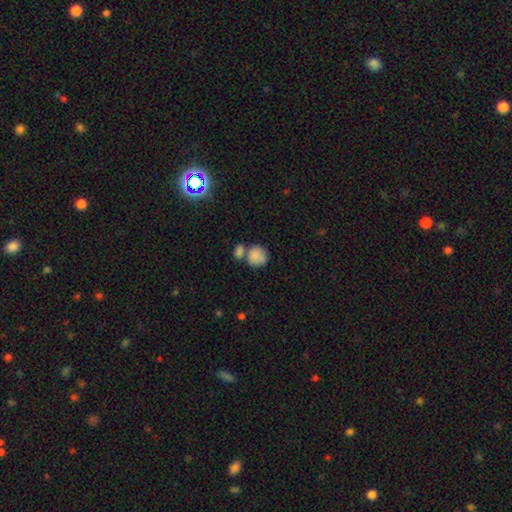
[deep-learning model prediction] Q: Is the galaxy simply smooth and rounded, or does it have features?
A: smooth — 83%.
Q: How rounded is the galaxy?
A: round — 79%.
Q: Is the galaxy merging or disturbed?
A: merger — 41%, tied with none.